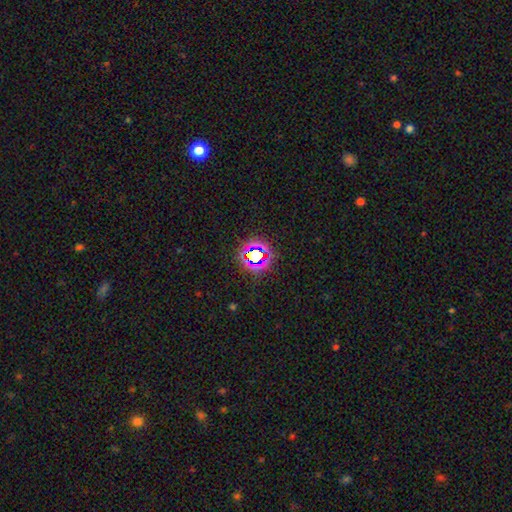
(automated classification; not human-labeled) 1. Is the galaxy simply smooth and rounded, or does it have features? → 69% star or artifact, 20% smooth, 11% featured or disk.